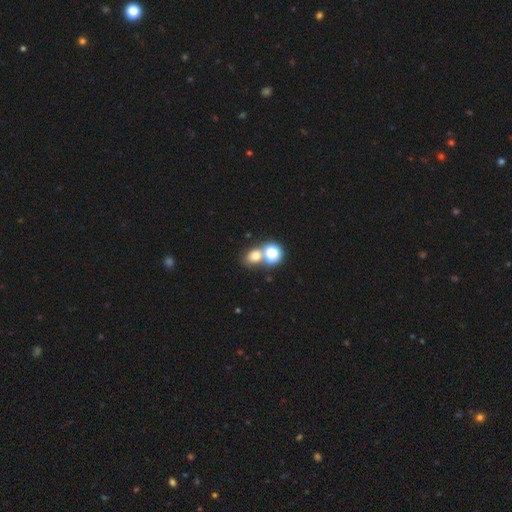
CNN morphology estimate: This appears to be a smooth galaxy with no disk features (66%) that is round (61%). Merging: none (51%).